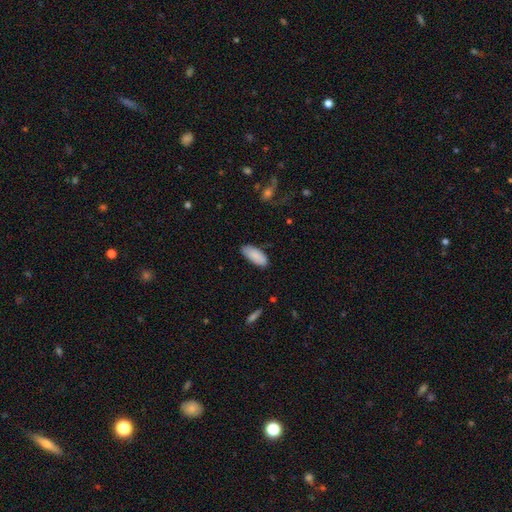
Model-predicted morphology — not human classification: This is clearly a smooth galaxy (88%). How rounded: clearly in between (86%). Merging: clearly none (82%).